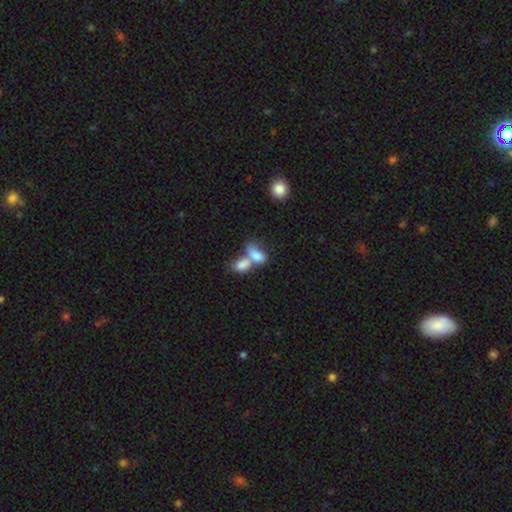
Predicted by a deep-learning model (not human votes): The model was most divided on "merging": merger: 73%, none: 15%, minor disturbance: 6%, major disturbance: 5%. More confident: how rounded — in between (87%); smooth or featured — smooth (79%).